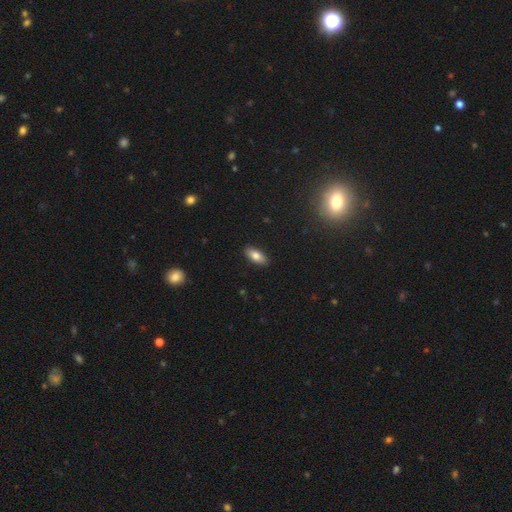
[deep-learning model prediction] Overall: smooth (79%). How rounded: in between (83%). Merging: none (89%).